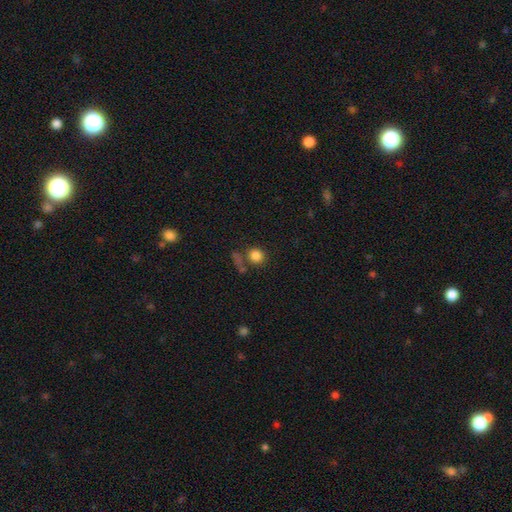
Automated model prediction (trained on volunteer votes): A smooth galaxy with no disk features (82%) that is round (87%). Merging: none (67%).